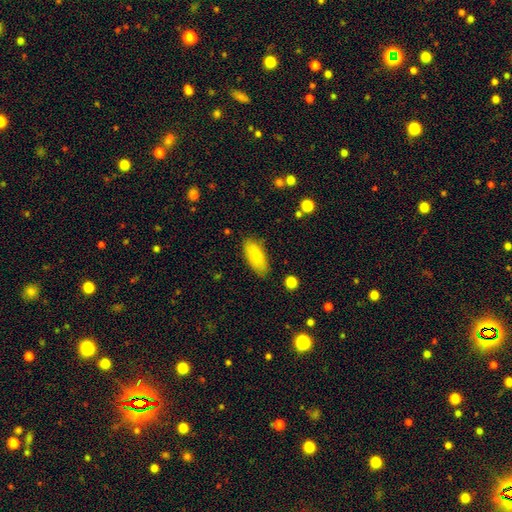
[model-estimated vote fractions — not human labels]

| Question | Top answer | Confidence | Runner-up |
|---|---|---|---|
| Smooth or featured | smooth | 79% | featured or disk (15%) |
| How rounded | in between | 84% | cigar-shaped (13%) |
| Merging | none | 83% | minor disturbance (13%) |